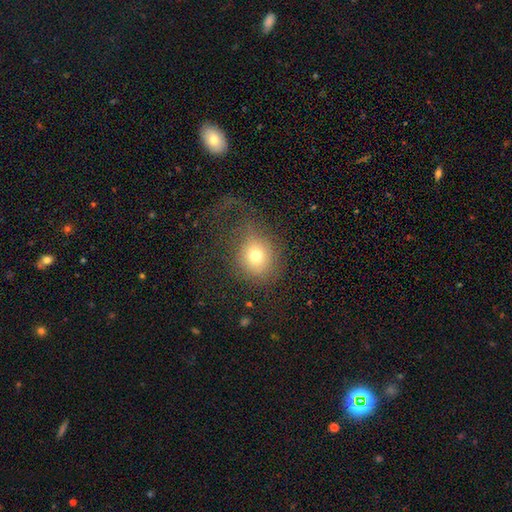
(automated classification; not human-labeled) The model was most divided on "merging": none: 46%, major disturbance: 36%, minor disturbance: 16%, merger: 2%. More confident: how rounded — round (80%); smooth or featured — smooth (72%).